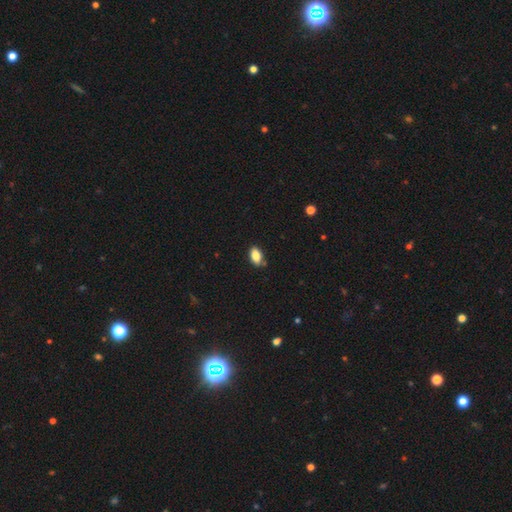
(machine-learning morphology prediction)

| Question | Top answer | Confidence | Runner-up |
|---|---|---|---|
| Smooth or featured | smooth | 84% | star or artifact (8%) |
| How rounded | in between | 91% | round (6%) |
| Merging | none | 80% | minor disturbance (14%) |